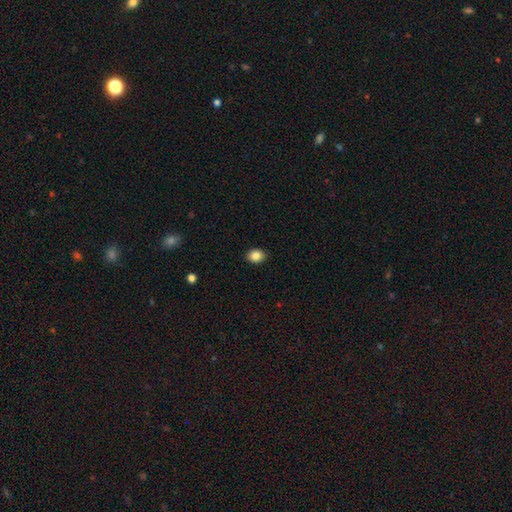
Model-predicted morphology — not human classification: Smooth or featured: smooth — 86% (star or artifact — 9%)
How rounded: in between — 57% (round — 42%)
Merging: none — 89% (minor disturbance — 8%)